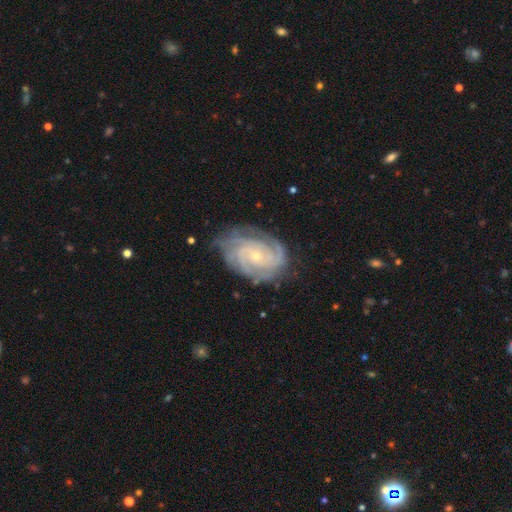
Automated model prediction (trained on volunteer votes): smooth_or_featured: featured or disk (p=0.87) [alt: smooth p=0.07]
disk_edge_on: no (p=0.97) [alt: yes p=0.03]
bar: no (p=0.72) [alt: weak p=0.23]
has_spiral_arms: yes (p=0.97) [alt: no p=0.03]
spiral_winding: tight (p=0.70) [alt: medium p=0.26]
spiral_arm_count: 3 (p=0.25) [alt: 2 p=0.23]
bulge_size: small (p=0.75) [alt: moderate p=0.21]
merging: none (p=0.73) [alt: minor disturbance p=0.19]